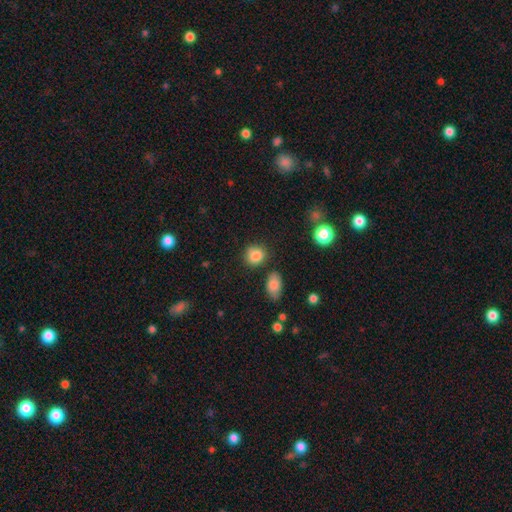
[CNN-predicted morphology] This is clearly a smooth galaxy (86%). How rounded: likely round (75%). Merging: likely none (80%).